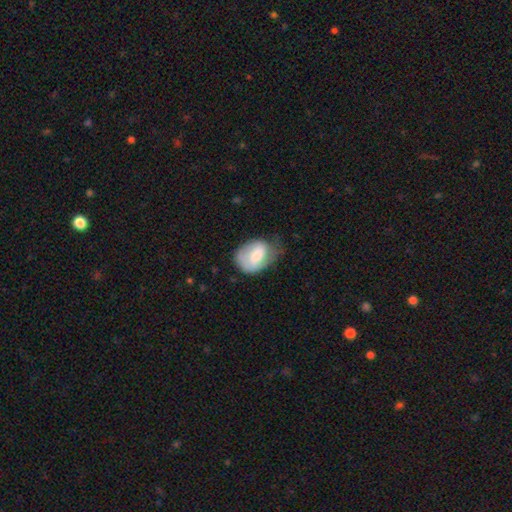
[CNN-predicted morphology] A smooth galaxy with no disk features (65%) that is in between round and cigar-shaped (74%). Merging: minor disturbance (40%).